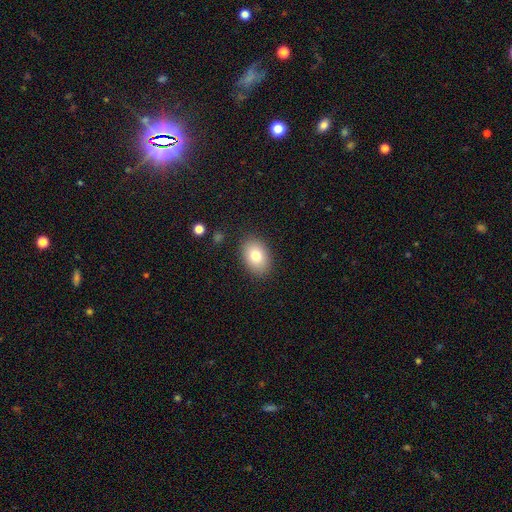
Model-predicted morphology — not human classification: smooth 80%, featured or disk 12%, star or artifact 8%. Down the decision tree: how rounded — in between (81%); merging — none (86%).